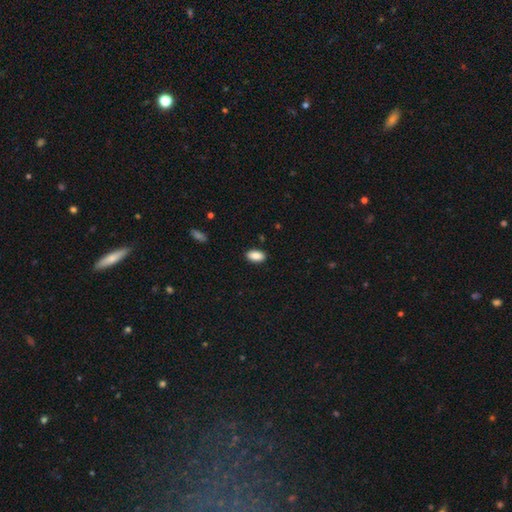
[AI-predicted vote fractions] Smooth or featured? Predicted: smooth (p=0.88). How rounded? Predicted: in between (p=0.93). Merging? Predicted: none (p=0.89).